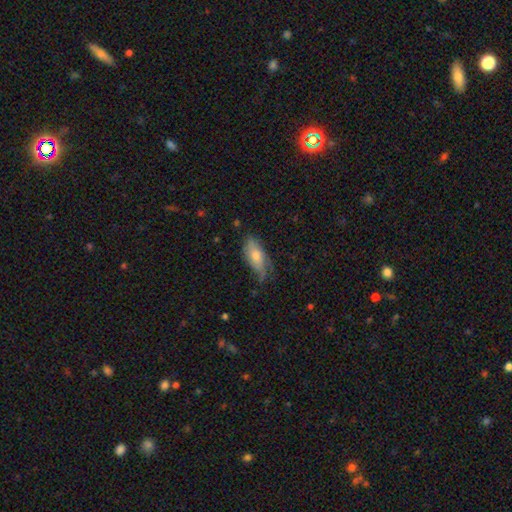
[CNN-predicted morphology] A smooth galaxy with no disk features (52%) that is in between round and cigar-shaped (75%). Merging: none (55%).